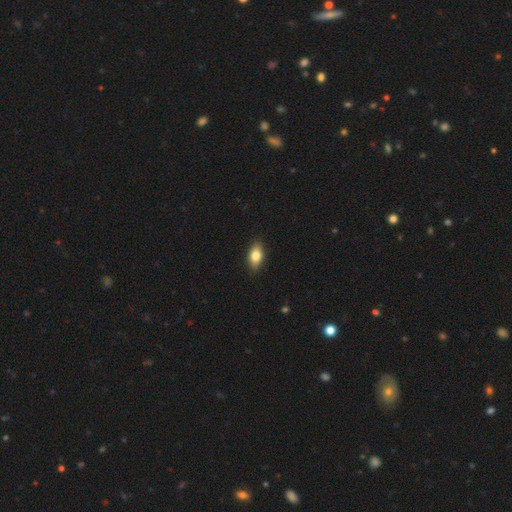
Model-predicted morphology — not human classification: Smooth or featured? Predicted: smooth (p=0.81). How rounded? Predicted: in between (p=0.88). Merging? Predicted: none (p=0.89).